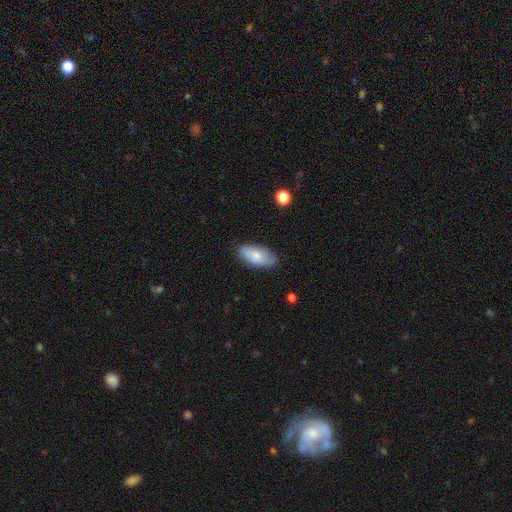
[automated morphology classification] type=smooth (74%); roundness=in between (92%); merging=none (76%).